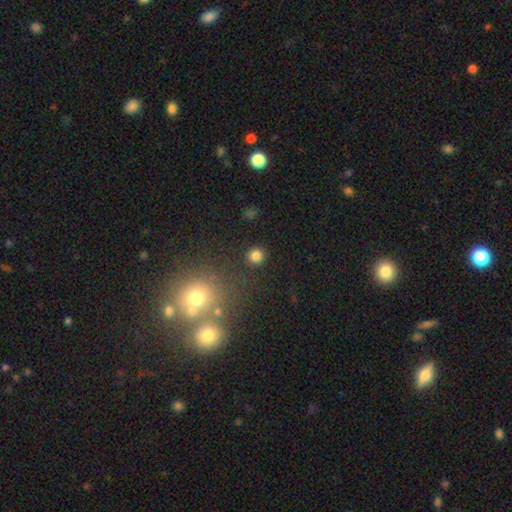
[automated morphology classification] Overall: smooth (82%). How rounded: round (93%). Merging: none (89%).